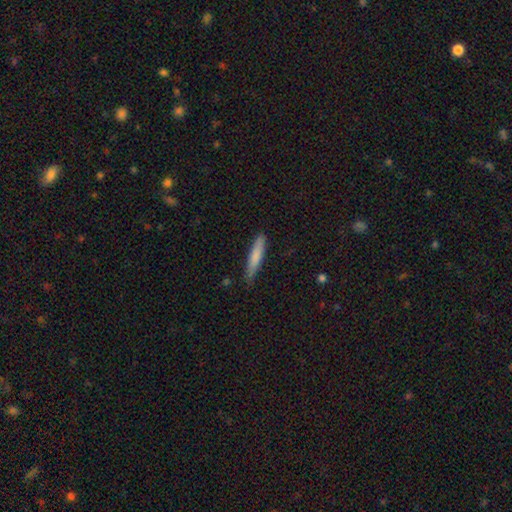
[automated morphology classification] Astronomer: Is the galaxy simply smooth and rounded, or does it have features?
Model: smooth — 76%.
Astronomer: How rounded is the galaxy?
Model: cigar-shaped — 91%.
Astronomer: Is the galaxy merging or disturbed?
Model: none — 81%.